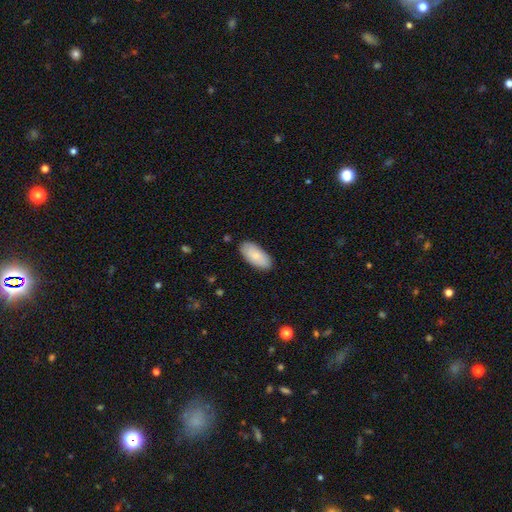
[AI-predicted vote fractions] A smooth galaxy with no disk features (81%) that is in between round and cigar-shaped (92%). Merging: none (85%).